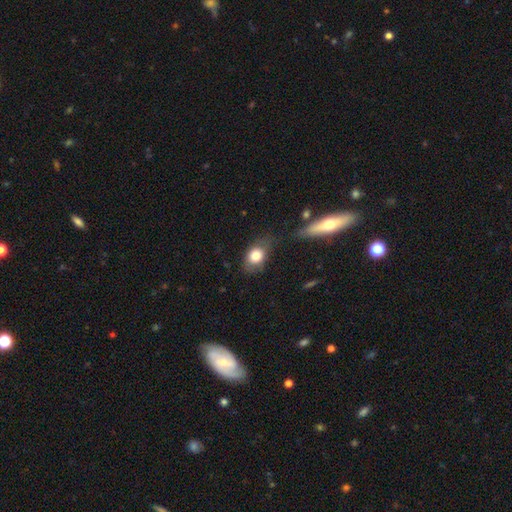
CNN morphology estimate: Overall: smooth (79%). How rounded: in between (67%; round 32%). Merging: none (53%; minor disturbance 29%).